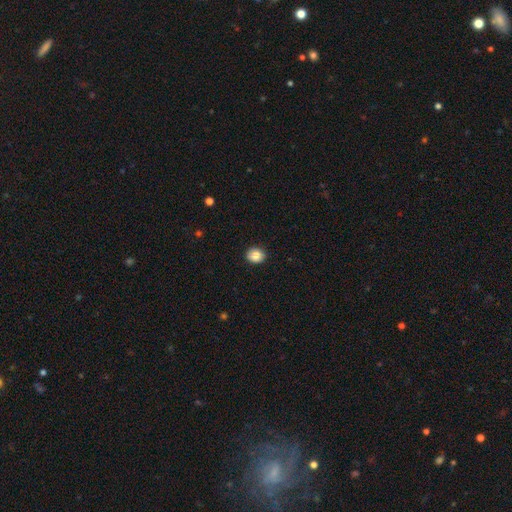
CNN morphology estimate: Smooth or featured?
  - smooth: 86% *
  - star or artifact: 9%
  - featured or disk: 6%
How rounded?
  - round: 70% *
  - in between: 30%
  - cigar-shaped: 1%
Merging?
  - none: 90% *
  - minor disturbance: 8%
  - major disturbance: 2%
  - merger: 1%